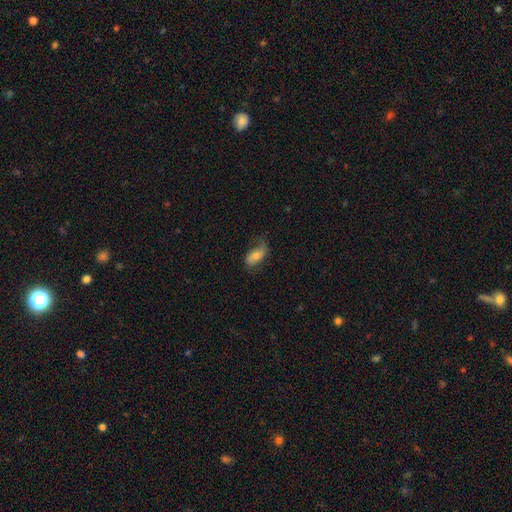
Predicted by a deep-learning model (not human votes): This appears to be a smooth galaxy with no disk features (55%) that is in between round and cigar-shaped (90%). Merging: none (60%).